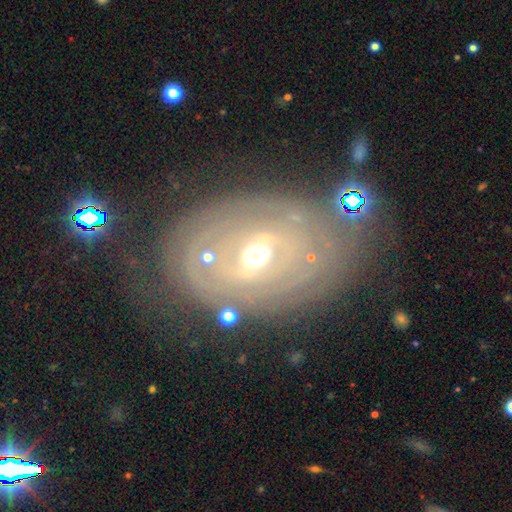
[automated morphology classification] Smooth or featured? featured or disk (79%)
Edge-on disk? no (95%)
Bar? no (47%)
Spiral arms? yes (67%)
Bulge size? moderate (68%)
Merging? none (66%)